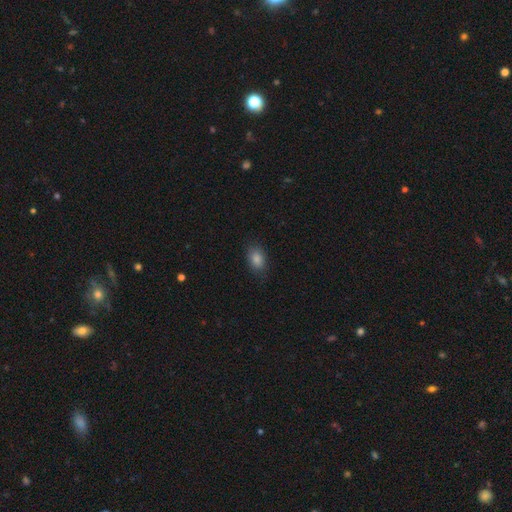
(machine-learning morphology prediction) Overall: smooth (79%). How rounded: in between (81%). Merging: none (83%).